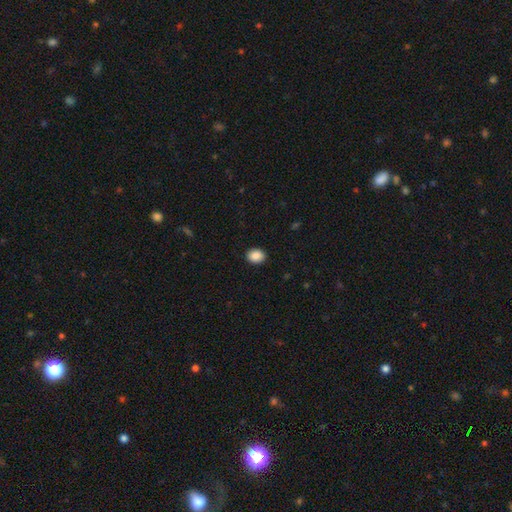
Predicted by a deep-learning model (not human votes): Q: Smooth or featured?
A: smooth (89%); runner-up: star or artifact (8%)
Q: How rounded?
A: in between (54%); runner-up: round (45%)
Q: Merging?
A: none (90%); runner-up: minor disturbance (7%)